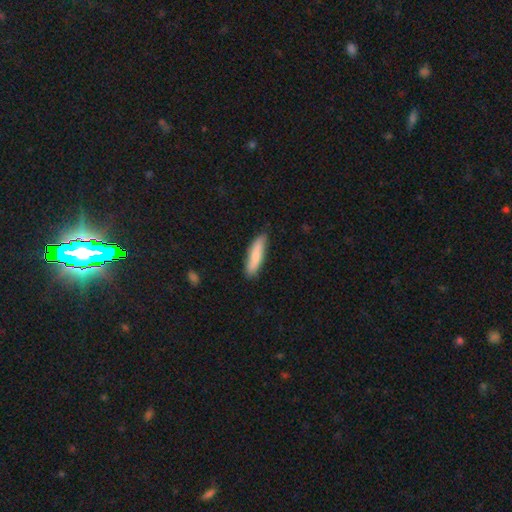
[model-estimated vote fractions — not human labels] Smooth or featured: smooth — 74% (featured or disk — 21%)
How rounded: cigar-shaped — 71% (in between — 27%)
Merging: none — 82% (minor disturbance — 14%)